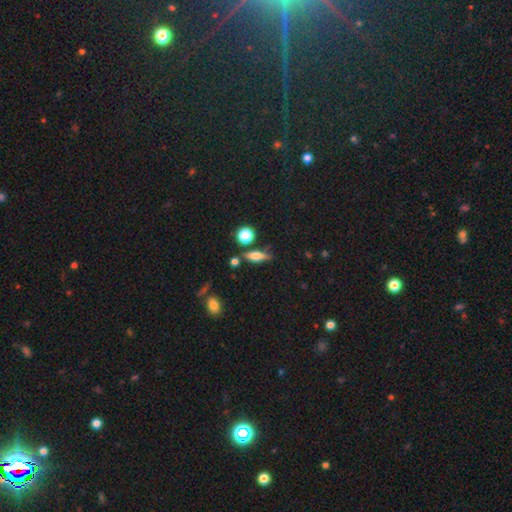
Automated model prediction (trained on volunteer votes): A smooth galaxy with no disk features (59%) that is cigar-shaped (46%).

Vote fractions:
- Smooth or featured? smooth: 59% / featured or disk: 29% / star or artifact: 11%
- How rounded? cigar-shaped: 46% / in between: 43% / round: 11%
- Merging? none: 72% / minor disturbance: 15% / merger: 8% / major disturbance: 5%